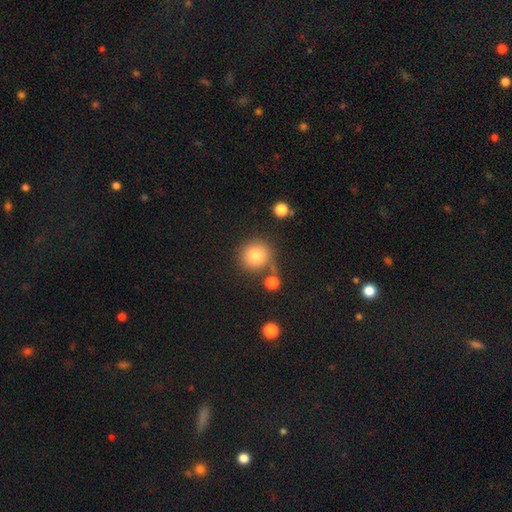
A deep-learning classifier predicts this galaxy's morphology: type=smooth (78%); roundness=round (94%); merging=none (72%).